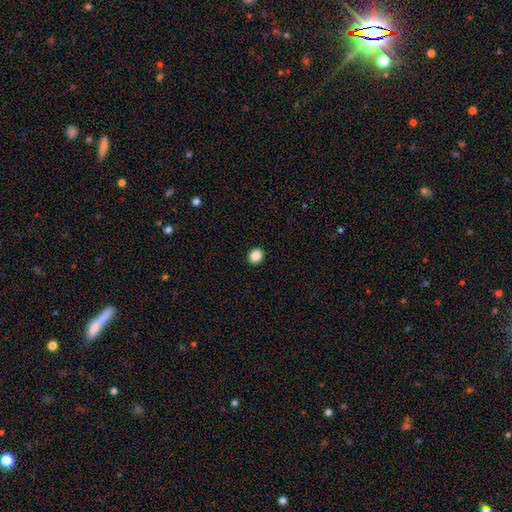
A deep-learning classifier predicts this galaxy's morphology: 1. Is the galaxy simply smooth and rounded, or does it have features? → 87% smooth, 10% star or artifact, 3% featured or disk.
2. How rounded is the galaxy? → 84% round, 15% in between, 1% cigar-shaped.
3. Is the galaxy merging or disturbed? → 93% none, 4% minor disturbance, 1% major disturbance, 1% merger.